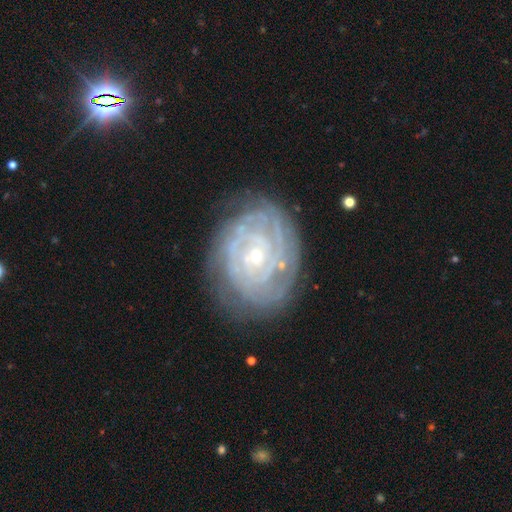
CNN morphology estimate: Q: Smooth or featured?
A: featured or disk (86%); runner-up: smooth (8%)
Q: Edge-on disk?
A: no (97%); runner-up: yes (3%)
Q: Bar?
A: no (76%); runner-up: weak (18%)
Q: Spiral arms?
A: yes (95%); runner-up: no (5%)
Q: Spiral winding?
A: tight (83%); runner-up: medium (14%)
Q: Spiral arm count?
A: can't tell (34%); runner-up: 4 (17%)
Q: Bulge size?
A: small (80%); runner-up: moderate (17%)
Q: Merging?
A: none (76%); runner-up: minor disturbance (16%)